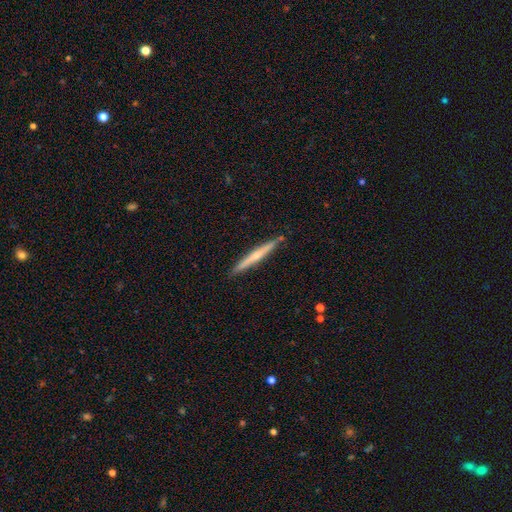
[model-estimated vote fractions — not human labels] Smooth or featured? Predicted: featured or disk (p=0.59). Edge-on disk? Predicted: yes (p=0.97). Edge-on bulge? Predicted: rounded (p=0.66). Merging? Predicted: none (p=0.90).